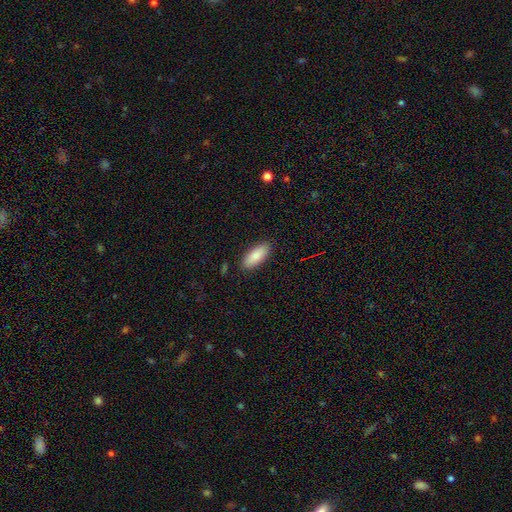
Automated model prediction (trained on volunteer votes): Smooth or featured: smooth — 86% (featured or disk — 8%)
How rounded: in between — 83% (cigar-shaped — 15%)
Merging: none — 88% (minor disturbance — 9%)